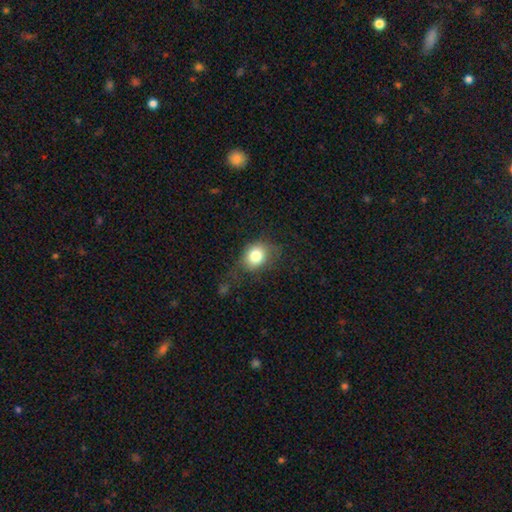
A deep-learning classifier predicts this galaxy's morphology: smooth 79%, featured or disk 11%, star or artifact 10%. Down the decision tree: how rounded — round (54%); merging — none (60%).